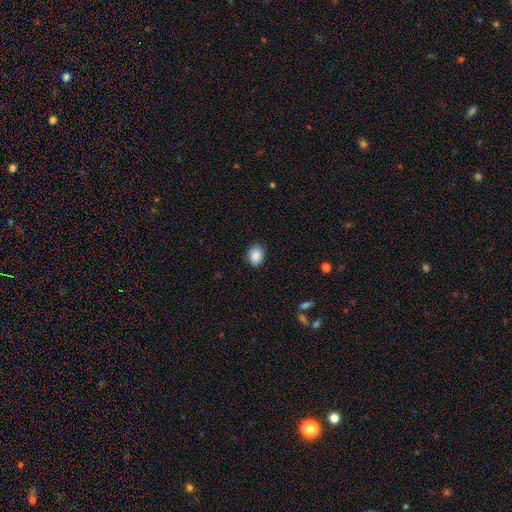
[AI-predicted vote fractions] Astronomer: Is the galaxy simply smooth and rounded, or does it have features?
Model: smooth — 88%.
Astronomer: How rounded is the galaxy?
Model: in between — 60% (runner-up: round, 39%).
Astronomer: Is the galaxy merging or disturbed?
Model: none — 81%.